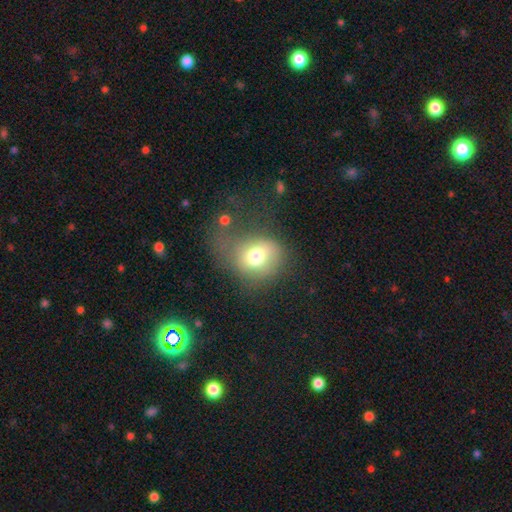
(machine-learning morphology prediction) type=smooth (73%); roundness=round (66%); merging=none (36%).